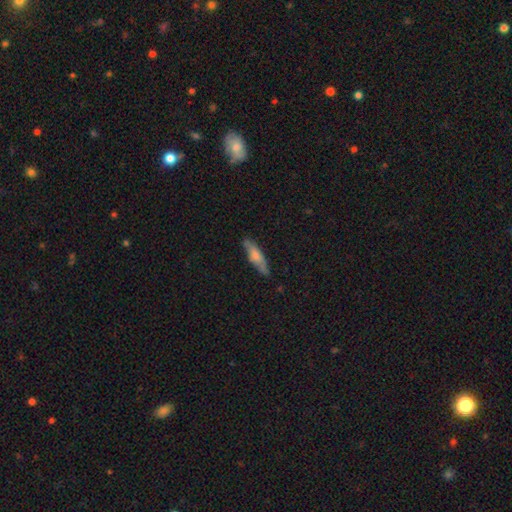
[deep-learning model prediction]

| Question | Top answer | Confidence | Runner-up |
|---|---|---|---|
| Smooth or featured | smooth | 66% | featured or disk (28%) |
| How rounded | cigar-shaped | 70% | in between (28%) |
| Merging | none | 78% | minor disturbance (17%) |